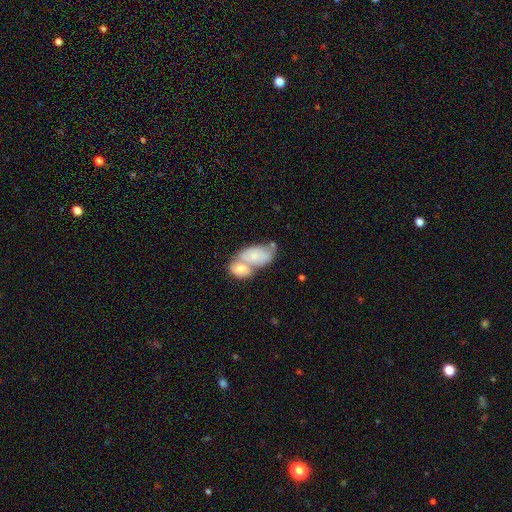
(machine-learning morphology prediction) Q: Smooth or featured?
A: smooth (64%); runner-up: featured or disk (30%)
Q: How rounded?
A: in between (91%); runner-up: round (6%)
Q: Merging?
A: merger (69%); runner-up: none (16%)